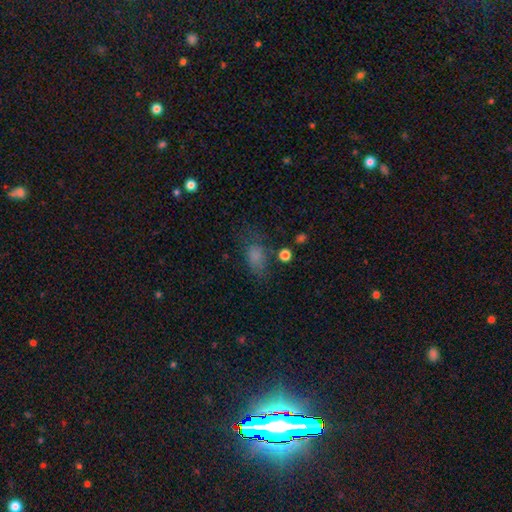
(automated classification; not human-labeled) This appears to be a smooth galaxy with no disk features (72%) that is in between round and cigar-shaped (78%). Merging: none (52%).